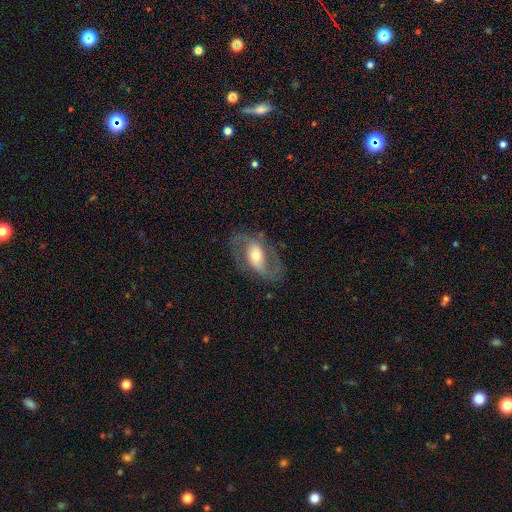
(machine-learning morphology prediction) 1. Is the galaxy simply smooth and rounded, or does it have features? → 80% featured or disk, 14% smooth, 6% star or artifact.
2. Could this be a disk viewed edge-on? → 95% no, 5% yes.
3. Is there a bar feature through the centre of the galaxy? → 37% weak, 36% no, 27% strong.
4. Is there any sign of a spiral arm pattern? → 89% yes, 11% no.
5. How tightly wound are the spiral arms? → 52% medium, 31% loose, 17% tight.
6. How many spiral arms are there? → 89% 2, 5% can't tell, 3% 1, 1% 3, 1% 4, 1% more than 4.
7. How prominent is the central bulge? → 57% moderate, 23% small, 16% large, 2% dominant, 2% none.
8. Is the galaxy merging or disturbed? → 73% none, 15% minor disturbance, 11% major disturbance, 1% merger.